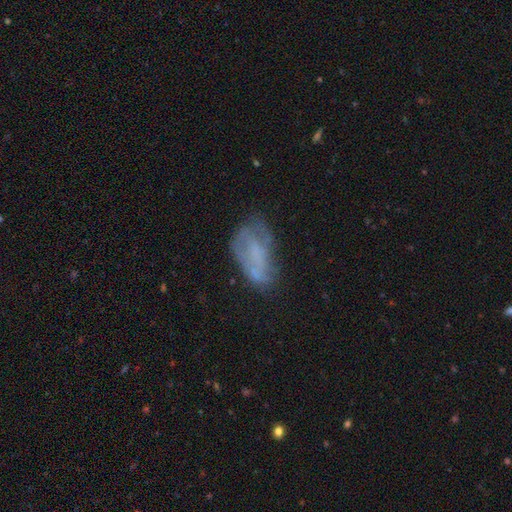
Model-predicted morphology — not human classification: Smooth or featured: smooth — 45% (featured or disk — 43%)
Merging: none — 47% (minor disturbance — 28%)